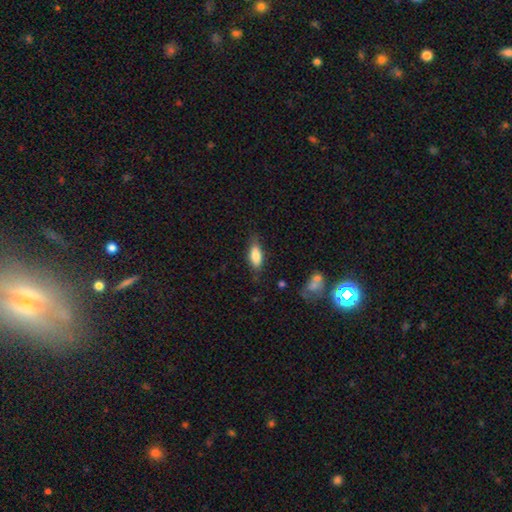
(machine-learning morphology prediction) smooth-or-featured: smooth: 77% | featured or disk: 16% | star or artifact: 7%
  how-rounded: in between: 71% | cigar-shaped: 27% | round: 3%
  merging: none: 74% | minor disturbance: 19% | major disturbance: 5% | merger: 2%